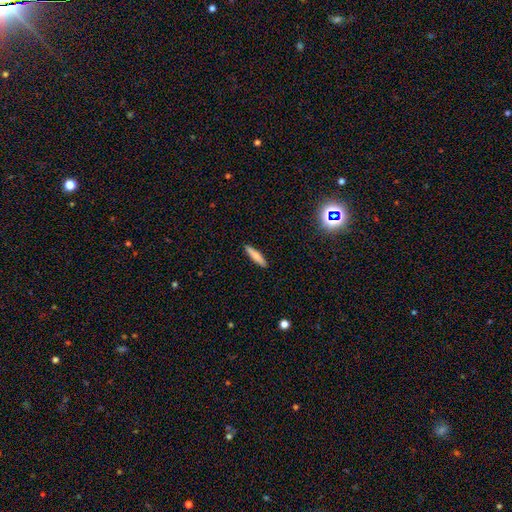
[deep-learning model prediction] Smooth or featured? Predicted: smooth (p=0.75). How rounded? Predicted: cigar-shaped (p=0.85). Merging? Predicted: none (p=0.90).